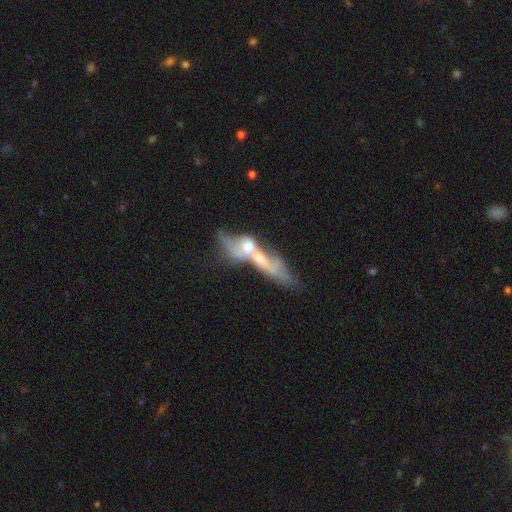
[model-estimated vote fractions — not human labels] Smooth or featured?
  - featured or disk: 58% *
  - smooth: 31%
  - star or artifact: 10%
Edge-on disk?
  - no: 63% *
  - yes: 37%
Merging?
  - merger: 62% *
  - none: 17%
  - major disturbance: 13%
  - minor disturbance: 8%